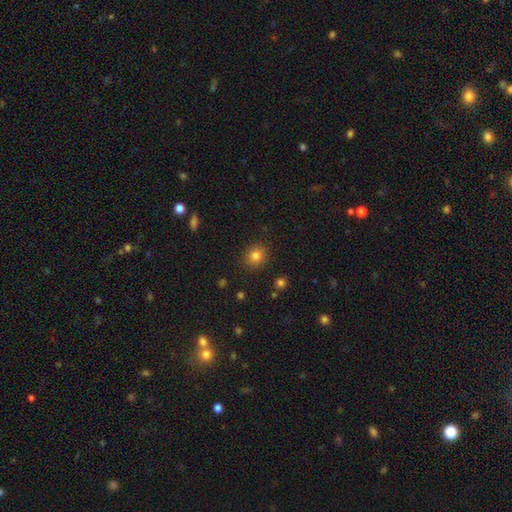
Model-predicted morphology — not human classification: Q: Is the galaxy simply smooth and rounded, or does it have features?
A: smooth — 82%.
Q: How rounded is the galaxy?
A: round — 82%.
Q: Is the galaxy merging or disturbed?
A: none — 89%.